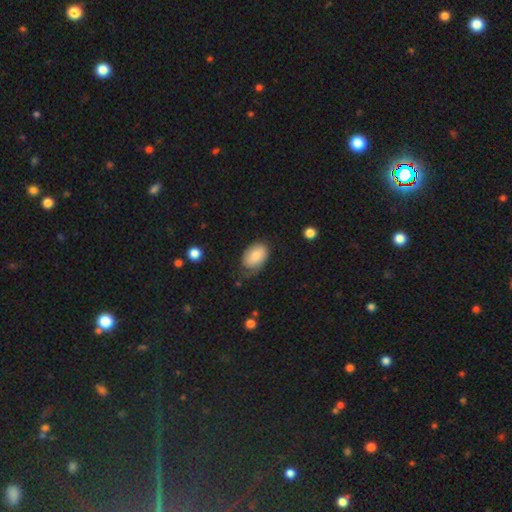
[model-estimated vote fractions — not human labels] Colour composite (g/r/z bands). It shows a smooth galaxy with no disk features (77%) that is in between round and cigar-shaped (87%). Merging: none (60%).